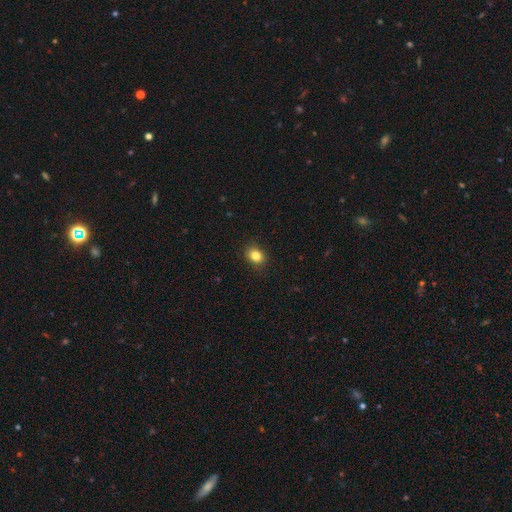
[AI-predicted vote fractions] Q: Smooth or featured?
A: smooth (84%); runner-up: star or artifact (11%)
Q: How rounded?
A: in between (51%); runner-up: round (48%)
Q: Merging?
A: none (89%); runner-up: minor disturbance (8%)